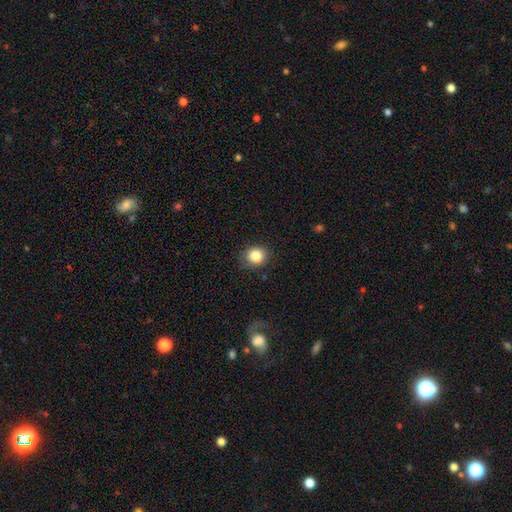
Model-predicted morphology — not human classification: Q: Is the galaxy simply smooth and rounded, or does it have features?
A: smooth — 83%.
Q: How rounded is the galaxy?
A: round — 74%.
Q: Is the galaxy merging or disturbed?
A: none — 85%.